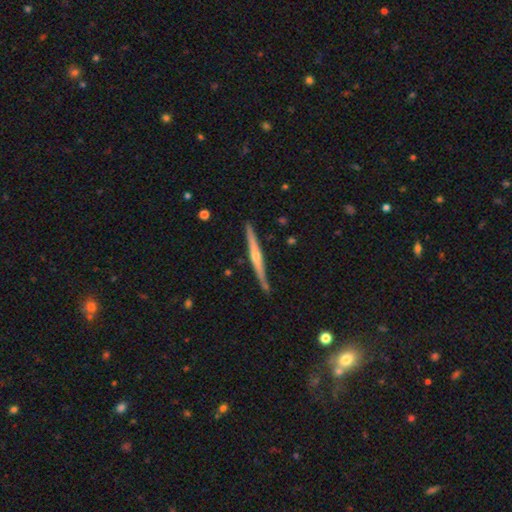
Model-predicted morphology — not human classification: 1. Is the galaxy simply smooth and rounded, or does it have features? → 72% featured or disk, 22% smooth, 5% star or artifact.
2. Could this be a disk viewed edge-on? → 98% yes, 2% no.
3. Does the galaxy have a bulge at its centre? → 79% rounded, 17% none, 4% boxy.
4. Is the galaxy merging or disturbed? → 88% none, 9% minor disturbance, 2% merger, 1% major disturbance.